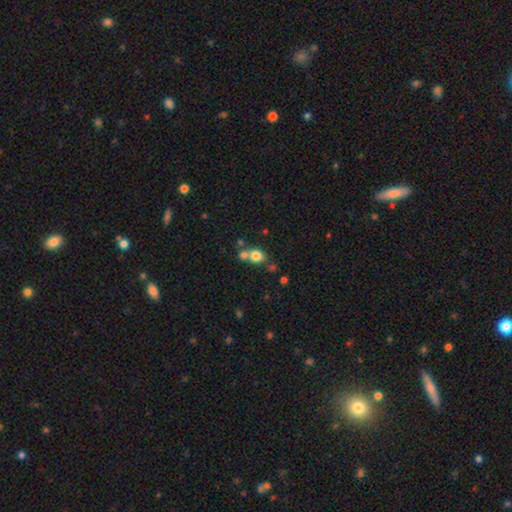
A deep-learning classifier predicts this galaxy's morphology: smooth 77%, featured or disk 12%, star or artifact 11%. Down the decision tree: how rounded — round (61%); merging — none (46%).